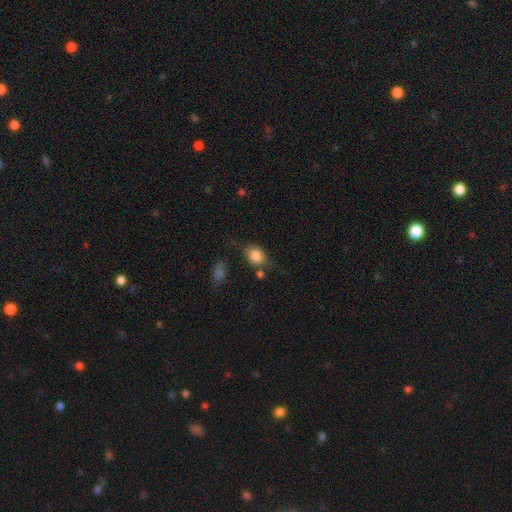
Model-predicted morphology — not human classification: smooth-or-featured: smooth: 79% | featured or disk: 12% | star or artifact: 9%
  how-rounded: in between: 56% | round: 41% | cigar-shaped: 3%
  merging: none: 58% | minor disturbance: 24% | major disturbance: 11% | merger: 8%